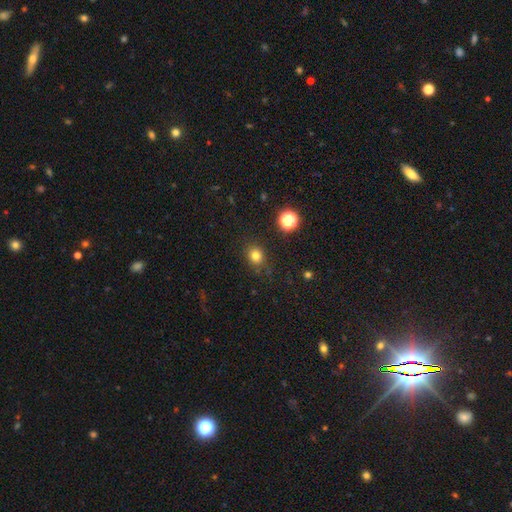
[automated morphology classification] This is likely a smooth galaxy (79%). How rounded: likely round (74%). Merging: clearly none (82%).